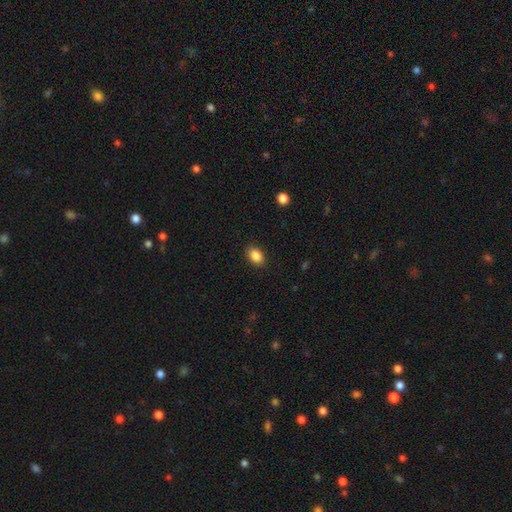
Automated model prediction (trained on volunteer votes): A smooth galaxy with no disk features (87%) that is in between round and cigar-shaped (79%).

Vote fractions:
- Smooth or featured? smooth: 87% / star or artifact: 8% / featured or disk: 4%
- How rounded? in between: 79% / round: 20% / cigar-shaped: 1%
- Merging? none: 89% / minor disturbance: 8% / major disturbance: 2% / merger: 1%